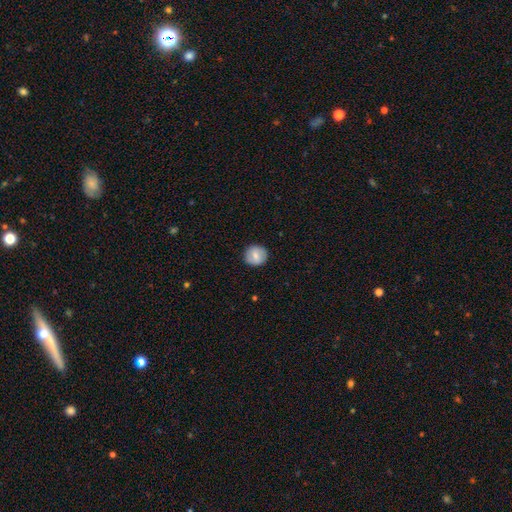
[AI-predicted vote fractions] Q: Smooth or featured?
A: smooth (69%); runner-up: featured or disk (23%)
Q: How rounded?
A: round (89%); runner-up: in between (10%)
Q: Merging?
A: none (89%); runner-up: minor disturbance (8%)